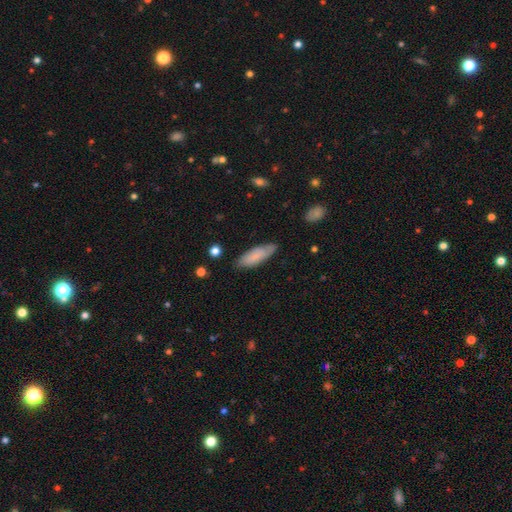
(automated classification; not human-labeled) Smooth or featured? Predicted: smooth (p=0.77). How rounded? Predicted: in between (p=0.59). Merging? Predicted: none (p=0.79).